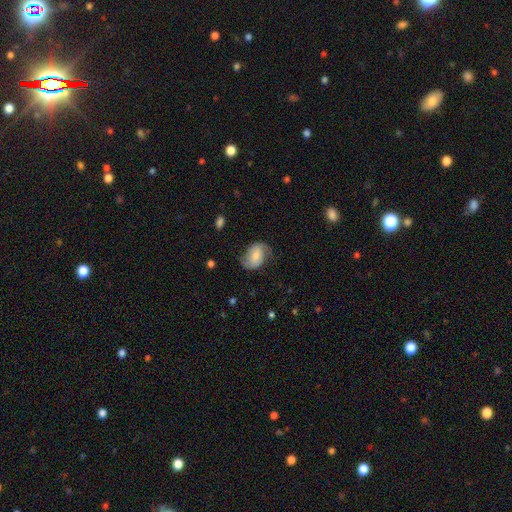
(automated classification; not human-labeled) Smooth or featured? Predicted: featured or disk (p=0.50). Merging? Predicted: none (p=0.61).